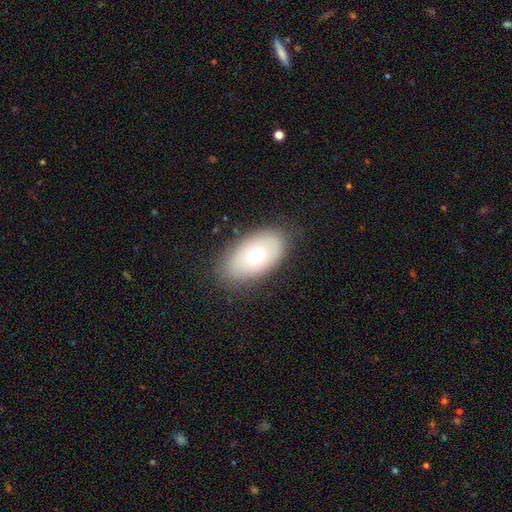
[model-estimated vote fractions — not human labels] This appears to be a smooth galaxy with no disk features (61%) that is in between round and cigar-shaped (85%). Merging: none (81%).